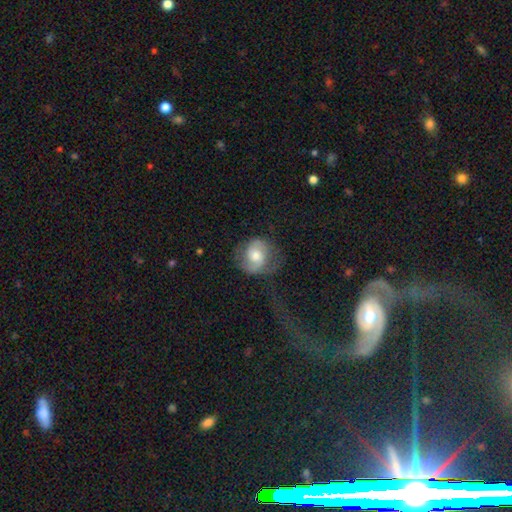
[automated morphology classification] smooth_or_featured: featured or disk (p=0.56) [alt: smooth p=0.37]
disk_edge_on: no (p=0.97) [alt: yes p=0.03]
bar: no (p=0.60) [alt: weak p=0.33]
has_spiral_arms: yes (p=0.84) [alt: no p=0.16]
bulge_size: moderate (p=0.65) [alt: small p=0.17]
merging: none (p=0.57) [alt: minor disturbance p=0.22]